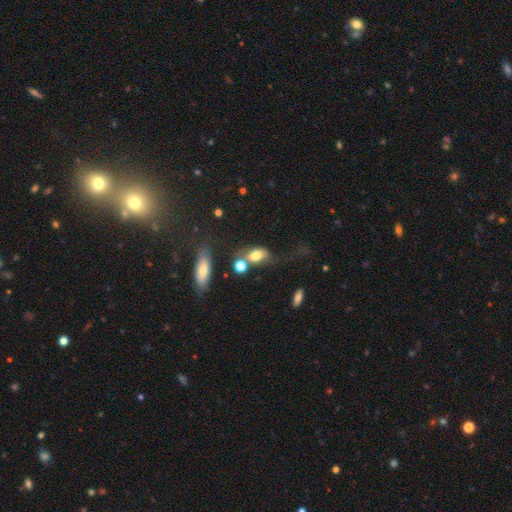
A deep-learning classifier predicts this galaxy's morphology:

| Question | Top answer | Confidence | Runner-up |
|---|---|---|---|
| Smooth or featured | smooth | 71% | featured or disk (19%) |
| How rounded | in between | 80% | round (16%) |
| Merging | merger | 37% | none (26%) |